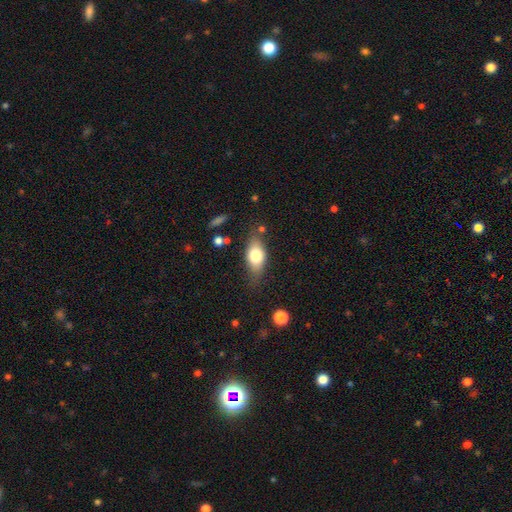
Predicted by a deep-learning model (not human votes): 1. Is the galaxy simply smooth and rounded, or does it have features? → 70% smooth, 22% featured or disk, 7% star or artifact.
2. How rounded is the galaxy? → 82% in between, 10% cigar-shaped, 7% round.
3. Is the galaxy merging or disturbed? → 71% none, 20% minor disturbance, 6% major disturbance, 3% merger.